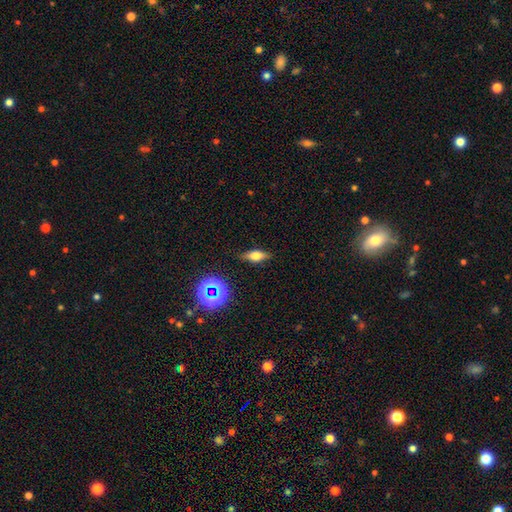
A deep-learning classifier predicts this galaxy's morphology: smooth-or-featured: smooth: 53% | featured or disk: 33% | star or artifact: 14%
  how-rounded: in between: 61% | cigar-shaped: 30% | round: 9%
  merging: none: 85% | minor disturbance: 10% | major disturbance: 3% | merger: 1%